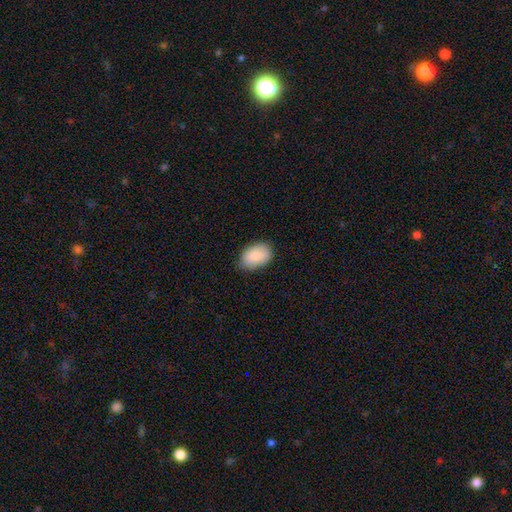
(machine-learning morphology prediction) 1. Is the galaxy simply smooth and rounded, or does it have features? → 86% smooth, 8% featured or disk, 6% star or artifact.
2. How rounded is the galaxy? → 86% in between, 13% round, 1% cigar-shaped.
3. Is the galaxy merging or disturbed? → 80% none, 16% minor disturbance, 3% major disturbance, 1% merger.